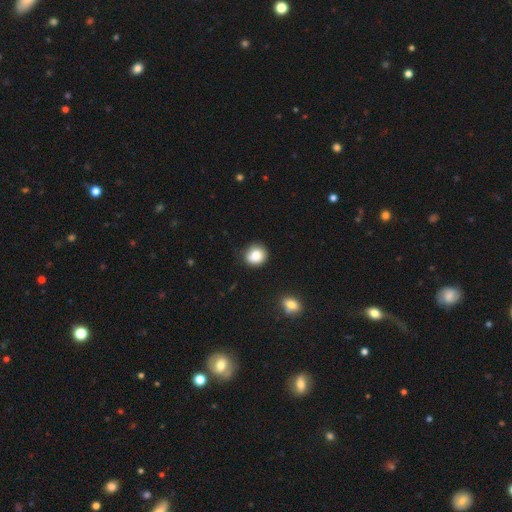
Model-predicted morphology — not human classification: Q: Smooth or featured?
A: smooth (84%); runner-up: star or artifact (9%)
Q: How rounded?
A: round (81%); runner-up: in between (18%)
Q: Merging?
A: none (79%); runner-up: minor disturbance (15%)